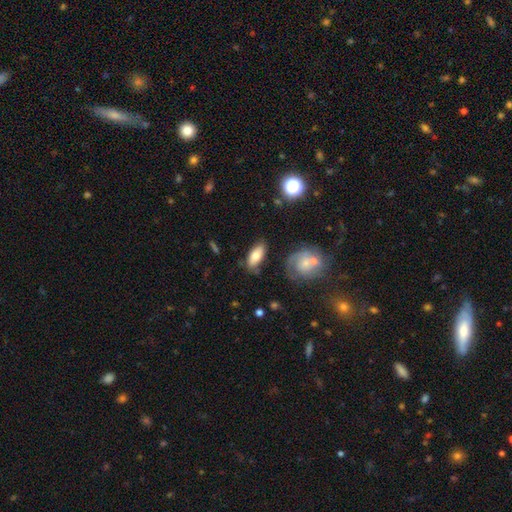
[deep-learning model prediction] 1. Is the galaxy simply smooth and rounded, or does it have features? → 73% smooth, 19% featured or disk, 7% star or artifact.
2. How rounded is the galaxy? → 84% in between, 13% cigar-shaped, 3% round.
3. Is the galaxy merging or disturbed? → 73% none, 17% minor disturbance, 5% major disturbance, 4% merger.